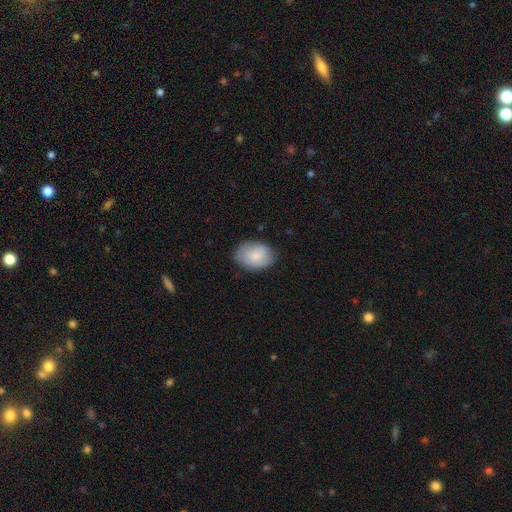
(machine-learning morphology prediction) type=smooth (80%); roundness=in between (79%); merging=none (79%).